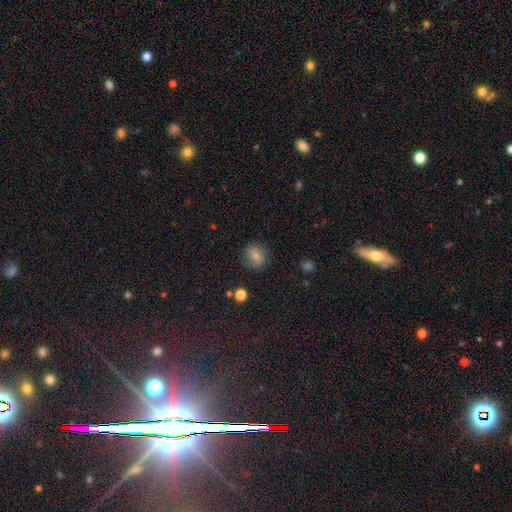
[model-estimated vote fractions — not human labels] This is likely a smooth galaxy (71%). How rounded: likely round (76%). Merging: likely none (78%).